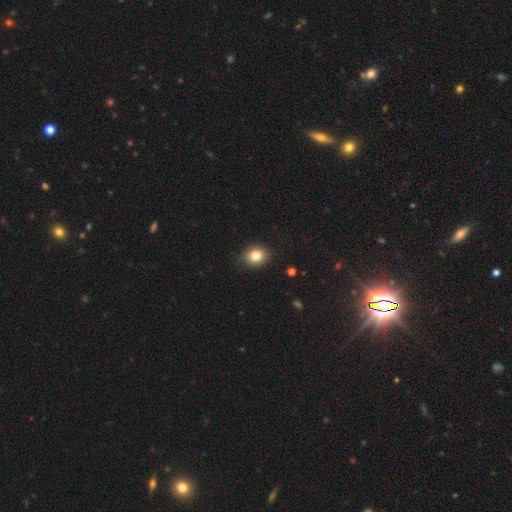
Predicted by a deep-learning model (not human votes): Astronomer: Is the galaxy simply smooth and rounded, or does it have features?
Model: smooth — 82%.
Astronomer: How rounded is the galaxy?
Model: round — 56% (runner-up: in between, 43%).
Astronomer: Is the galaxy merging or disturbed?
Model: none — 84%.